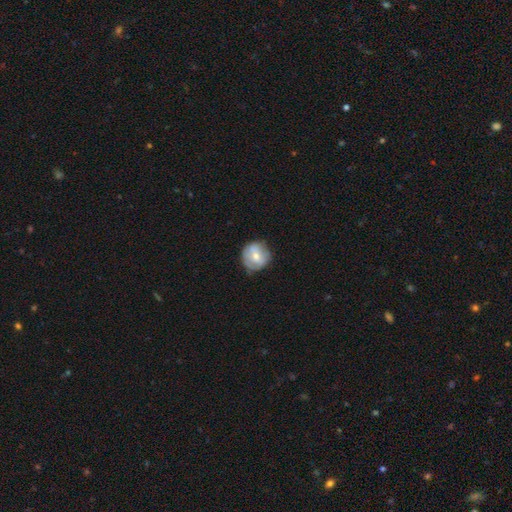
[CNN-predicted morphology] smooth-or-featured: smooth: 53% | featured or disk: 39% | star or artifact: 7%
  how-rounded: round: 88% | in between: 11% | cigar-shaped: 1%
  merging: none: 66% | minor disturbance: 24% | major disturbance: 6% | merger: 3%